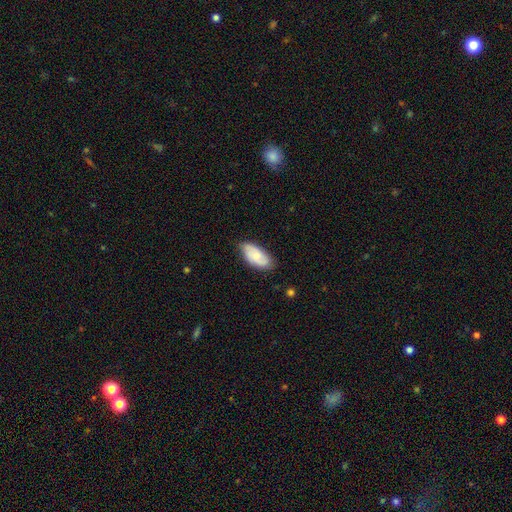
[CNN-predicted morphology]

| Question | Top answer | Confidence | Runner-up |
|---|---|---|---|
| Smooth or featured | smooth | 55% | featured or disk (39%) |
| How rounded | in between | 91% | cigar-shaped (6%) |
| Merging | none | 74% | minor disturbance (21%) |